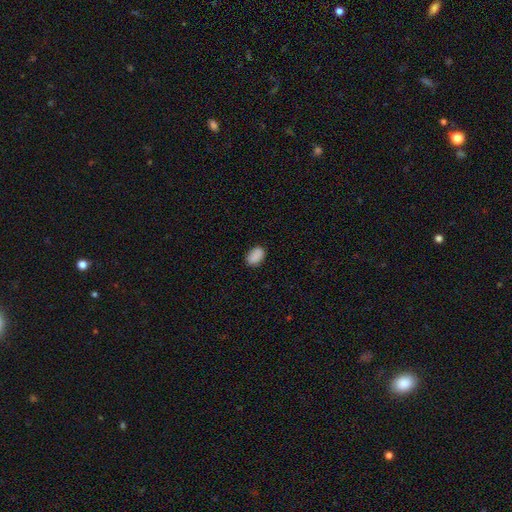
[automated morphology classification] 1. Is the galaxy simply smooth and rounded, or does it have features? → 88% smooth, 8% star or artifact, 3% featured or disk.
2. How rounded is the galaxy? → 87% in between, 12% round, 1% cigar-shaped.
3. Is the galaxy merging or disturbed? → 85% none, 12% minor disturbance, 2% major disturbance, 1% merger.